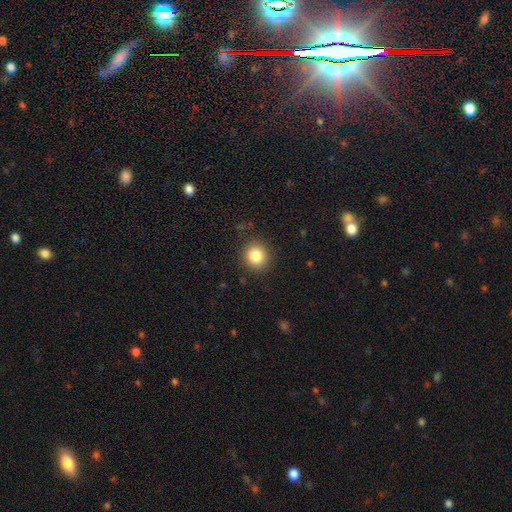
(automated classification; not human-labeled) The model was most divided on "smooth or featured": smooth: 85%, star or artifact: 10%, featured or disk: 5%. More confident: merging — none (89%); how rounded — round (87%).